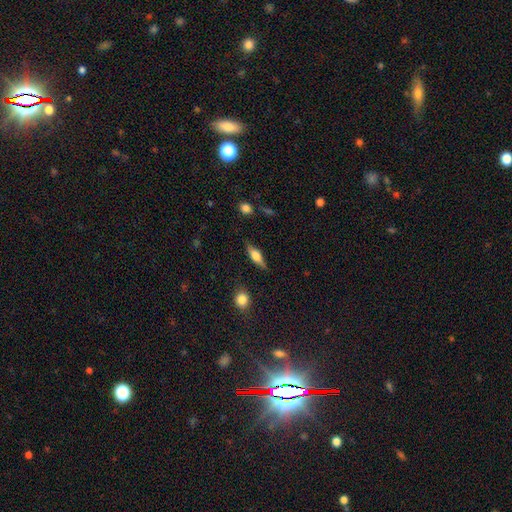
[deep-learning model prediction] Q: Smooth or featured?
A: smooth (48%); runner-up: featured or disk (45%)
Q: Merging?
A: none (81%); runner-up: minor disturbance (14%)